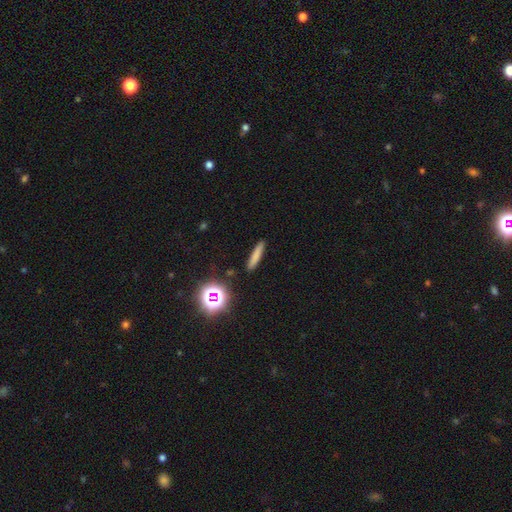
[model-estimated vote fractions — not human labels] A smooth galaxy with no disk features (73%) that is cigar-shaped (90%).

Vote fractions:
- Smooth or featured? smooth: 73% / star or artifact: 14% / featured or disk: 13%
- How rounded? cigar-shaped: 90% / in between: 7% / round: 3%
- Merging? none: 89% / minor disturbance: 7% / major disturbance: 2% / merger: 2%